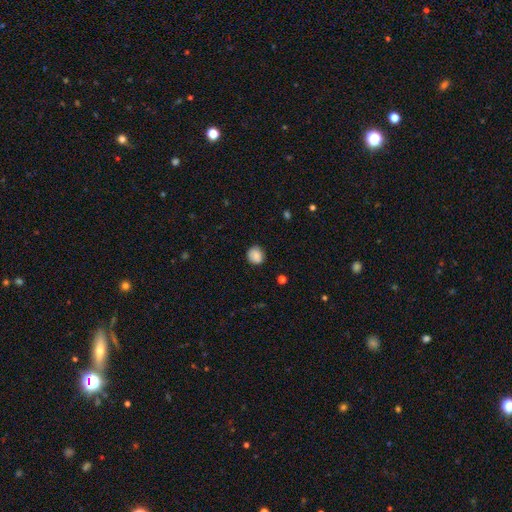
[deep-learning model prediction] smooth 86%, star or artifact 9%, featured or disk 5%. Down the decision tree: how rounded — round (83%); merging — none (84%).